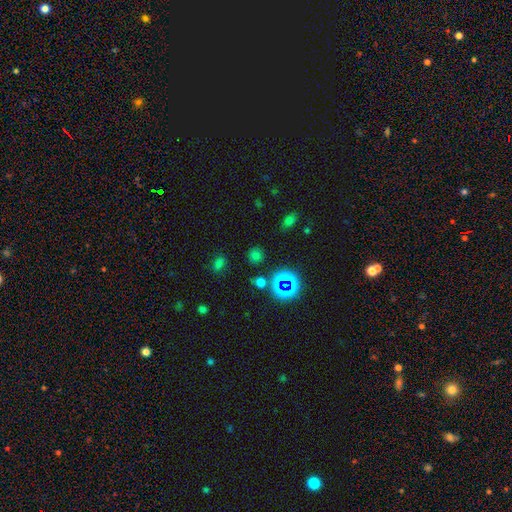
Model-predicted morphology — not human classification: Smooth or featured: smooth — 59% (star or artifact — 34%)
How rounded: round — 84% (in between — 15%)
Merging: none — 80% (minor disturbance — 10%)